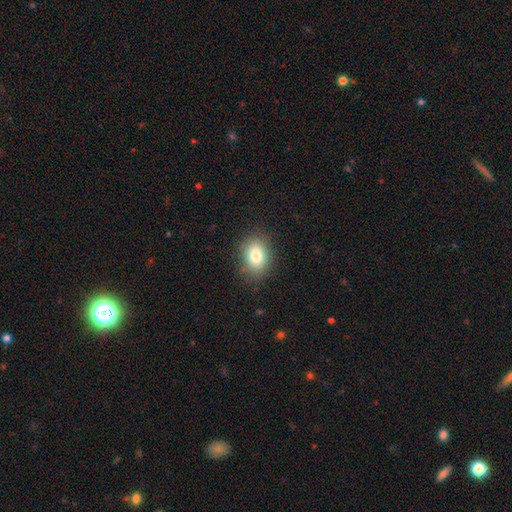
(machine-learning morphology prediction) smooth_or_featured: smooth (p=0.81) [alt: star or artifact p=0.10]
how_rounded: in between (p=0.74) [alt: round p=0.25]
merging: none (p=0.85) [alt: minor disturbance p=0.11]